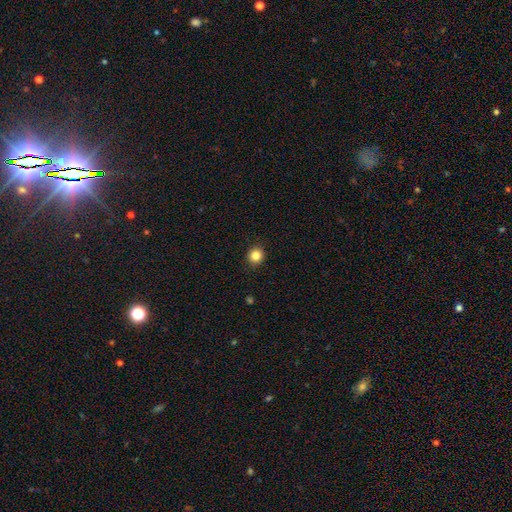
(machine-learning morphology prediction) smooth 84%, star or artifact 11%, featured or disk 5%. Down the decision tree: how rounded — round (87%); merging — none (91%).